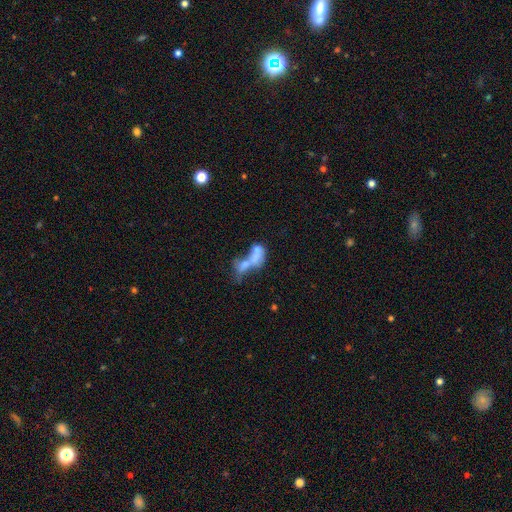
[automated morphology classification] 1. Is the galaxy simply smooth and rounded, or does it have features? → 55% smooth, 34% featured or disk, 12% star or artifact.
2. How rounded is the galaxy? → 78% in between, 11% cigar-shaped, 10% round.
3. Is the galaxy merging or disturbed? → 70% merger, 13% major disturbance, 11% none, 6% minor disturbance.